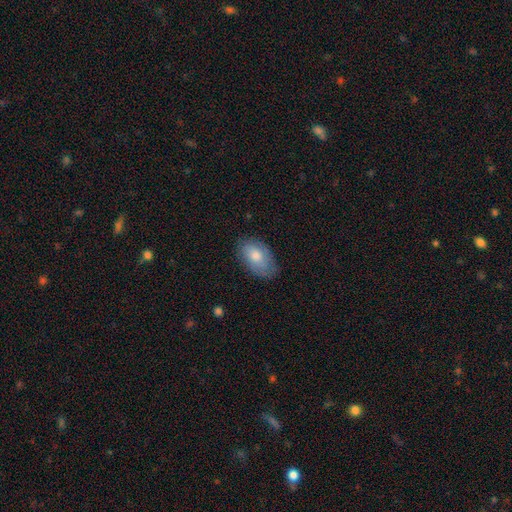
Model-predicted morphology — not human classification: type=smooth (70%); roundness=in between (93%); merging=none (75%).